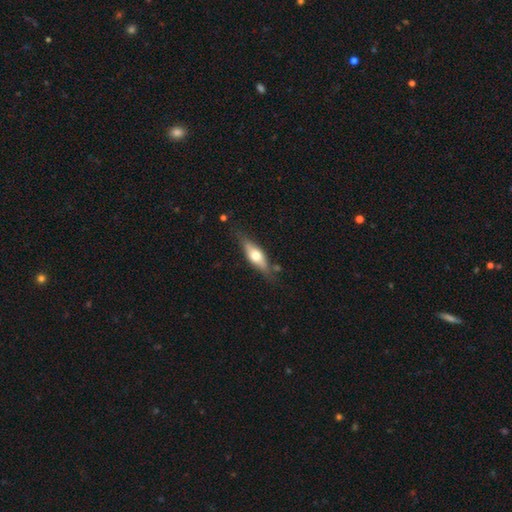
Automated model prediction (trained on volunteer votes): Smooth or featured? smooth (51%)
How rounded? in between (56%)
Merging? none (74%)